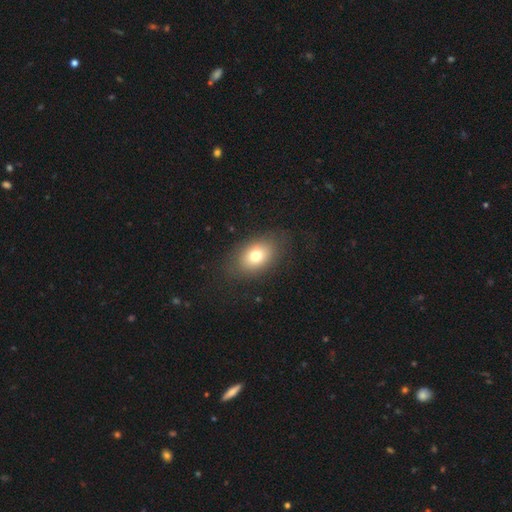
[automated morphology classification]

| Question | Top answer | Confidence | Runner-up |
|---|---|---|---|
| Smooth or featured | smooth | 75% | featured or disk (15%) |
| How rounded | in between | 81% | round (18%) |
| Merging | none | 80% | minor disturbance (13%) |